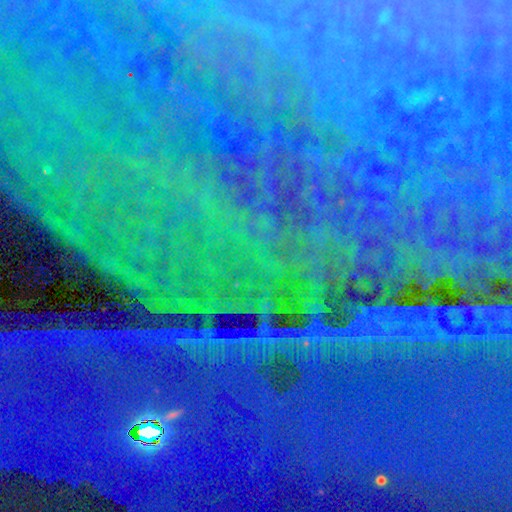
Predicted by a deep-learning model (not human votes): A star or artifact, not a galaxy (87%).

Vote fractions:
- Smooth or featured? star or artifact: 87% / featured or disk: 7% / smooth: 6%